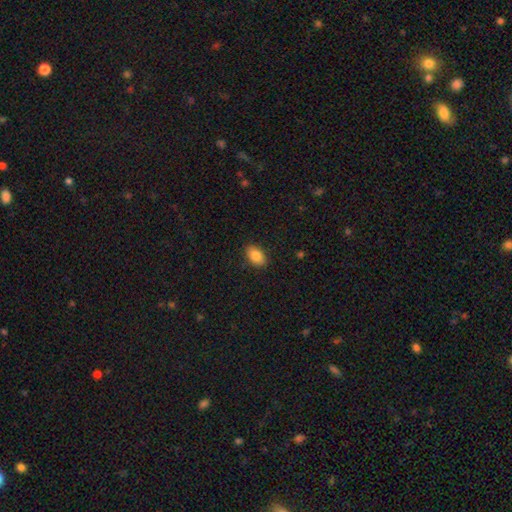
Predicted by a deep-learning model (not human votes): Overall: smooth (86%). How rounded: in between (91%). Merging: none (89%).